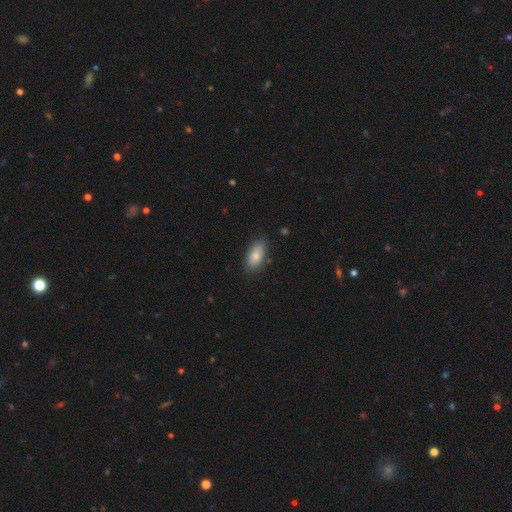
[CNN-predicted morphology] Smooth or featured?
  - smooth: 83% *
  - featured or disk: 10%
  - star or artifact: 7%
How rounded?
  - in between: 90% *
  - cigar-shaped: 6%
  - round: 4%
Merging?
  - none: 79% *
  - minor disturbance: 16%
  - major disturbance: 3%
  - merger: 2%